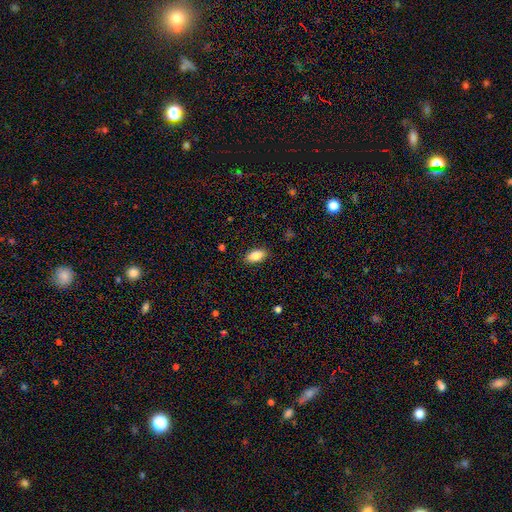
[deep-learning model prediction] Smooth or featured? smooth (86%)
How rounded? in between (92%)
Merging? none (88%)